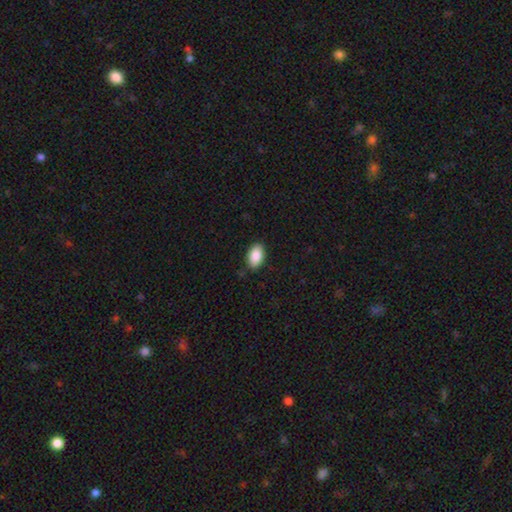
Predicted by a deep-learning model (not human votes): Smooth or featured? smooth (88%)
How rounded? in between (93%)
Merging? none (85%)